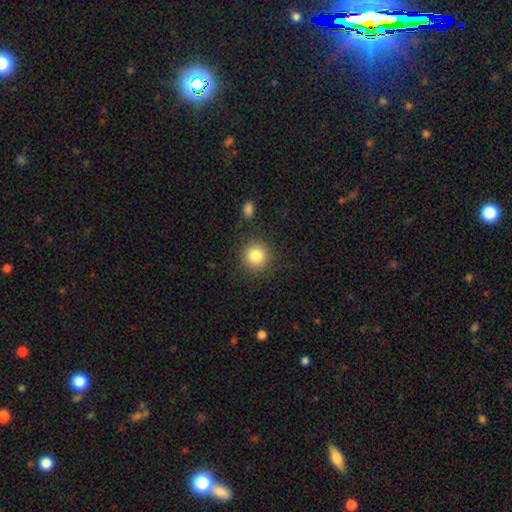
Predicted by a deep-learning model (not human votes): Q: Smooth or featured?
A: smooth (83%); runner-up: star or artifact (10%)
Q: How rounded?
A: round (93%); runner-up: in between (6%)
Q: Merging?
A: none (87%); runner-up: minor disturbance (8%)